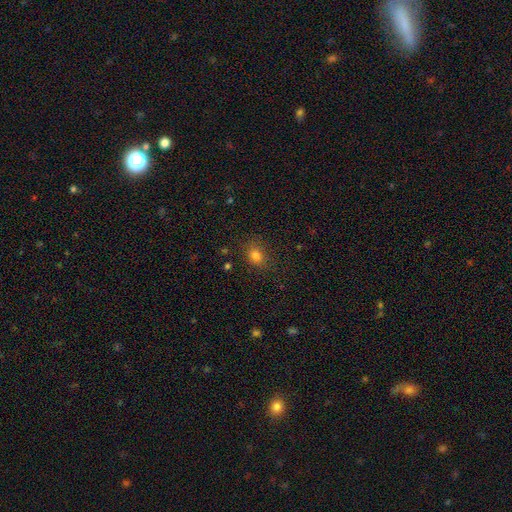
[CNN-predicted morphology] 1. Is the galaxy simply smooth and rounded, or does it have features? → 81% smooth, 13% star or artifact, 6% featured or disk.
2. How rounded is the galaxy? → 55% round, 44% in between, 1% cigar-shaped.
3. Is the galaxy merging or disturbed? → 80% none, 14% minor disturbance, 5% major disturbance, 2% merger.